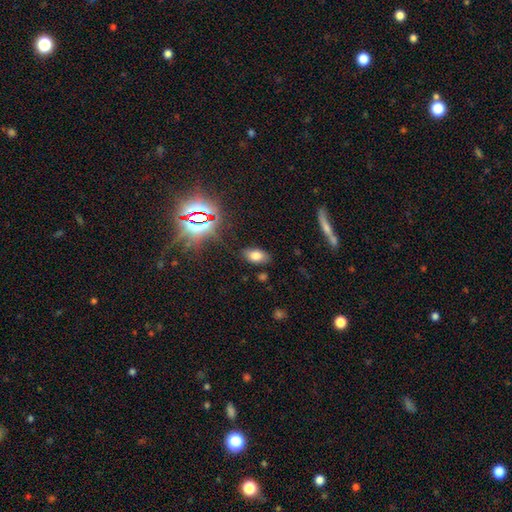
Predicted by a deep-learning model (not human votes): A smooth galaxy with no disk features (72%) that is in between round and cigar-shaped (90%). Merging: none (83%).